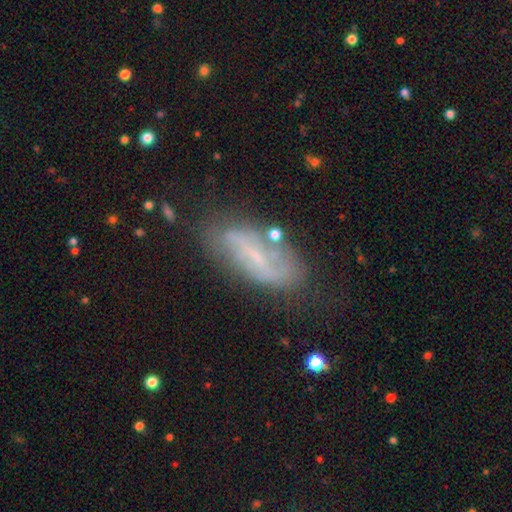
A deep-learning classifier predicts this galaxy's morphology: Smooth or featured? featured or disk (59%)
Edge-on disk? no (83%)
Merging? none (65%)